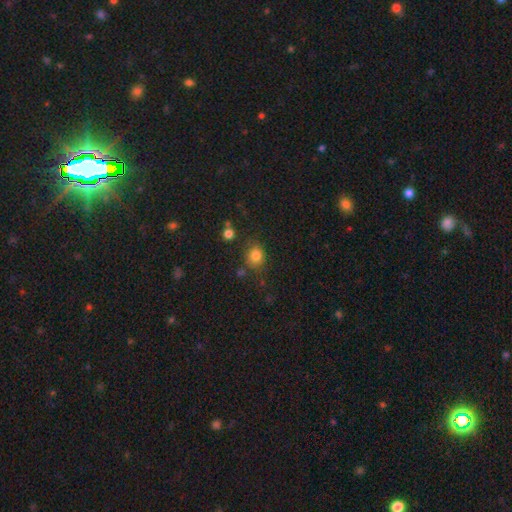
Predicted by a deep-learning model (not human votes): Q: Smooth or featured?
A: smooth (82%); runner-up: star or artifact (12%)
Q: How rounded?
A: round (63%); runner-up: in between (37%)
Q: Merging?
A: none (76%); runner-up: minor disturbance (15%)